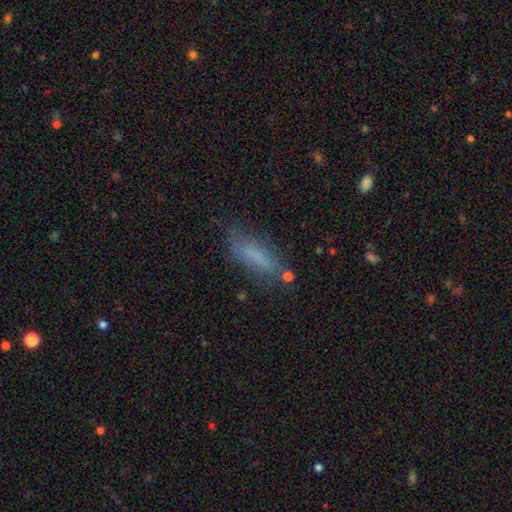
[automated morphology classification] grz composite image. It shows a smooth galaxy with no disk features (71%) that is in between round and cigar-shaped (50%). Merging: none (62%).